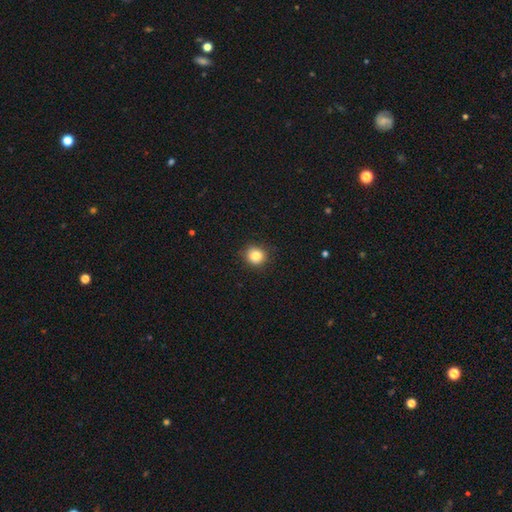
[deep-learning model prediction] This is clearly a smooth galaxy (83%). How rounded: clearly round (87%). Merging: clearly none (88%).